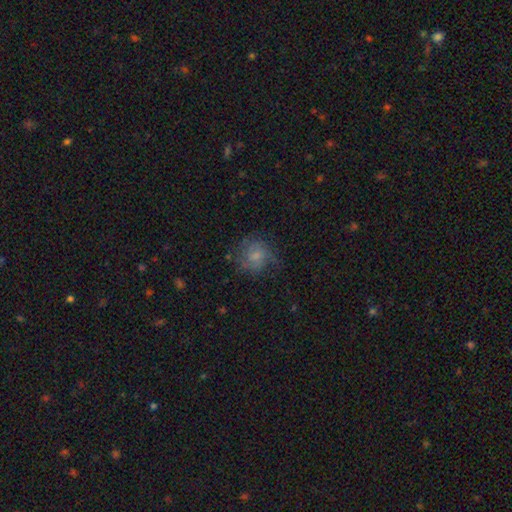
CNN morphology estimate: Smooth or featured? smooth (49%)
Merging? none (61%)